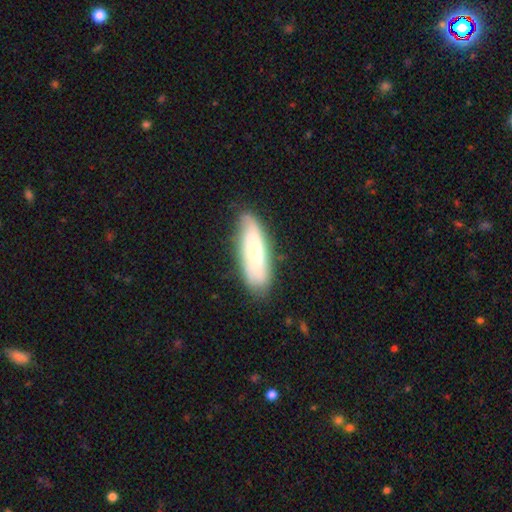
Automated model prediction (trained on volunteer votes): A smooth galaxy with no disk features (49%). Merging: none (78%).